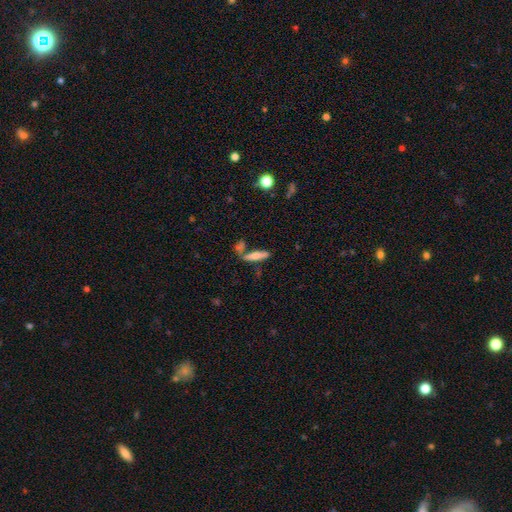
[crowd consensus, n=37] Smooth or featured? 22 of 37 (59%) said smooth. How rounded? 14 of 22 (64%) said cigar-shaped. Merging? 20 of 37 (54%) said none.